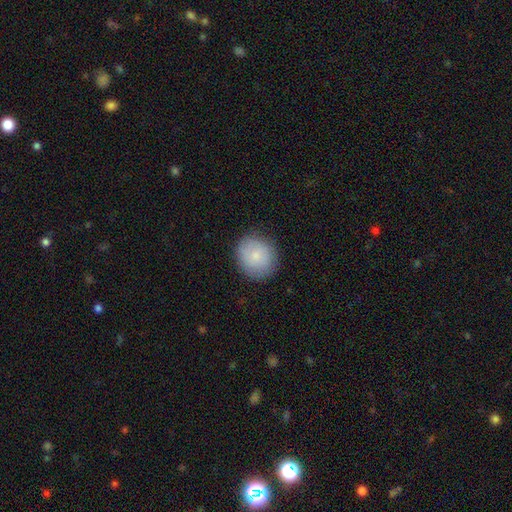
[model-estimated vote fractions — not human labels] The model was most divided on "how rounded": round: 82%, in between: 18%, cigar-shaped: 1%. More confident: merging — none (84%); smooth or featured — smooth (80%).